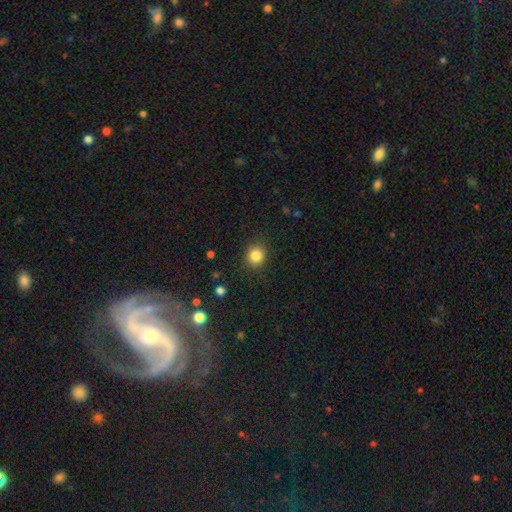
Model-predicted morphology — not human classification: This is clearly a smooth galaxy (85%). How rounded: clearly round (82%). Merging: clearly none (88%).